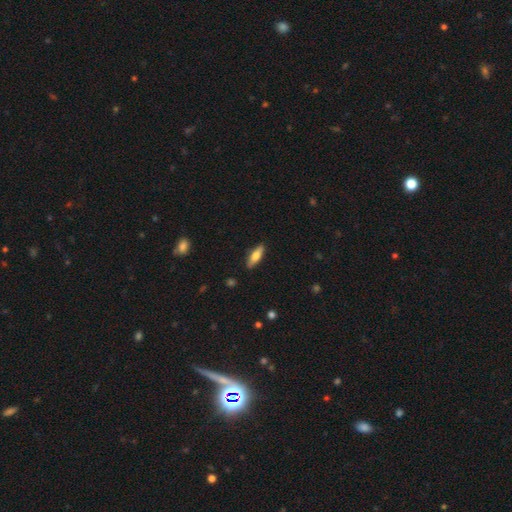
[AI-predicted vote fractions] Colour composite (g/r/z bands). It shows a smooth galaxy with no disk features (65%) that is in between round and cigar-shaped (51%). Merging: none (87%).